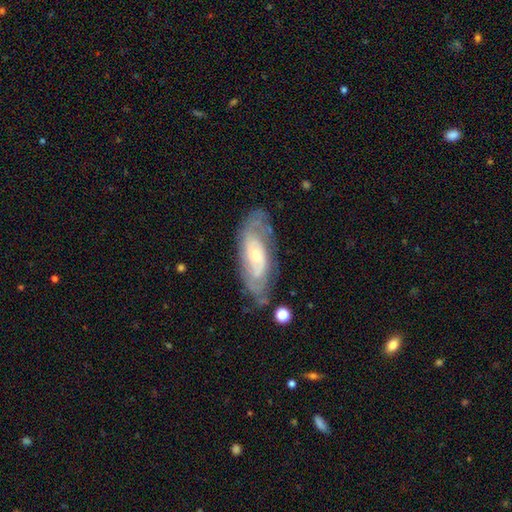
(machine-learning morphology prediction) This is likely a featured or disk galaxy (76%). It is clearly not viewed edge-on (88%). Bar: likely no (65%). Spiral arm pattern: clearly yes (88%). Spiral arm count: marginally can't tell (43%). Spiral winding: possibly tight (56%). Central bulge: possibly small (58%). Merging: likely none (68%).